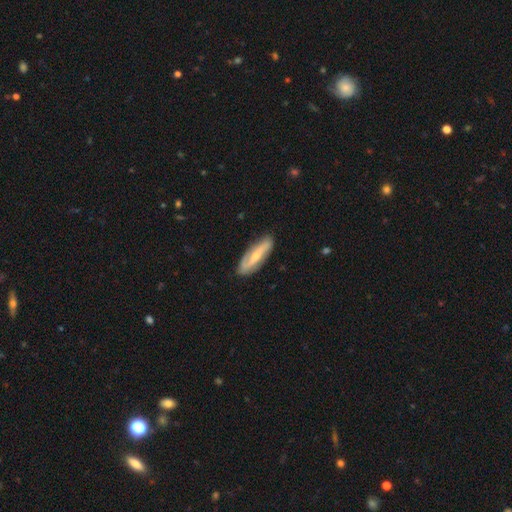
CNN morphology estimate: Q: Smooth or featured?
A: featured or disk (60%); runner-up: smooth (35%)
Q: Edge-on disk?
A: no (69%); runner-up: yes (31%)
Q: Merging?
A: none (84%); runner-up: minor disturbance (12%)